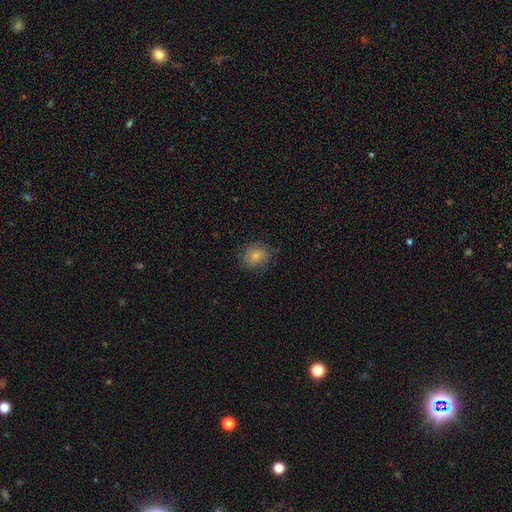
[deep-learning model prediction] The model was most divided on "how rounded": round: 72%, in between: 27%, cigar-shaped: 1%. More confident: smooth or featured — smooth (82%); merging — none (80%).